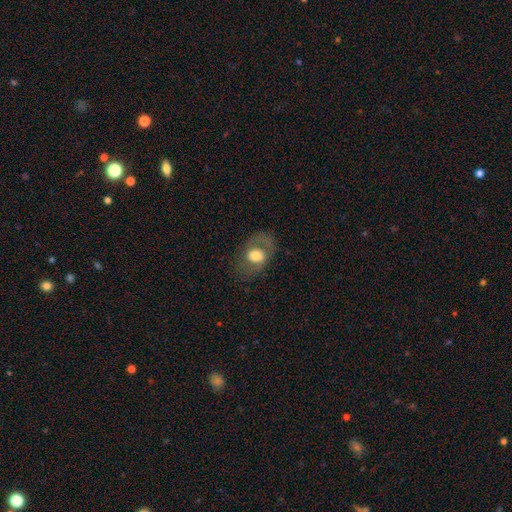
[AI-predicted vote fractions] Smooth or featured? Predicted: smooth (p=0.53). How rounded? Predicted: in between (p=0.62). Merging? Predicted: none (p=0.66).